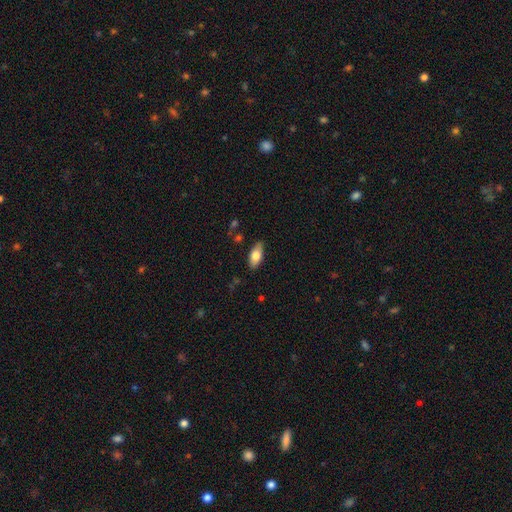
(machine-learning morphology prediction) Smooth or featured? smooth (75%)
How rounded? in between (87%)
Merging? none (84%)